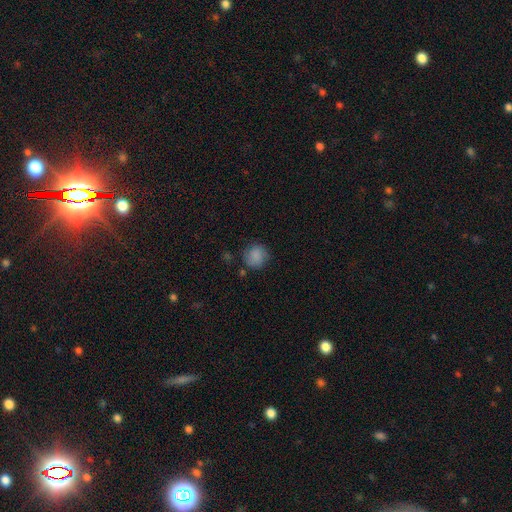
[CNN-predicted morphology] A smooth galaxy with no disk features (84%) that is round (88%). Merging: none (75%).